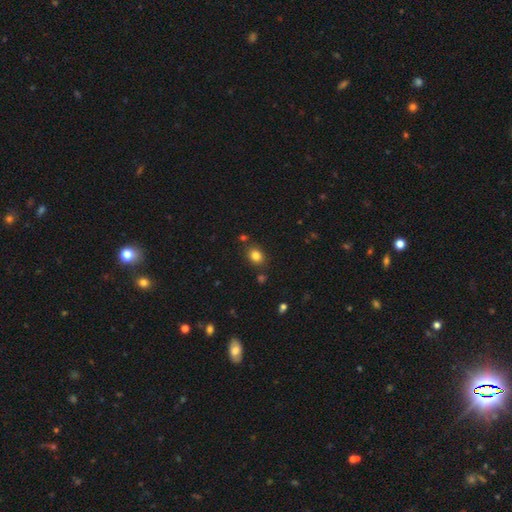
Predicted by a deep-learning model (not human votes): Smooth or featured? Predicted: smooth (p=0.83). How rounded? Predicted: round (p=0.50). Merging? Predicted: none (p=0.81).